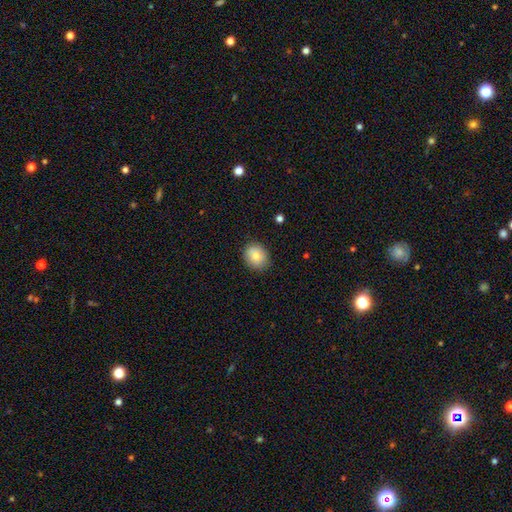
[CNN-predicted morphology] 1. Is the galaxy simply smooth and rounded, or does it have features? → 80% smooth, 11% featured or disk, 9% star or artifact.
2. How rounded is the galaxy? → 64% round, 35% in between, 1% cigar-shaped.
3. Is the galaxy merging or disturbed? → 86% none, 11% minor disturbance, 2% major disturbance, 1% merger.